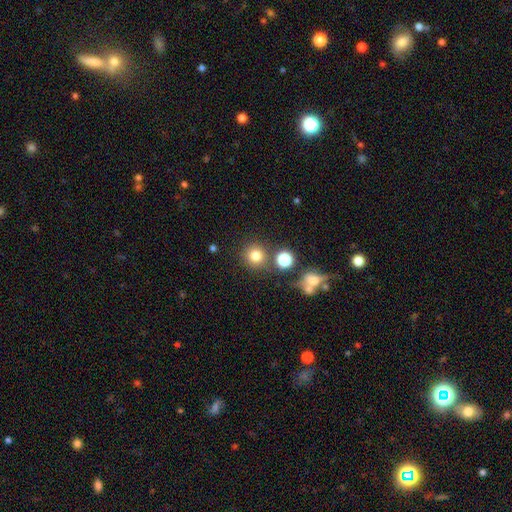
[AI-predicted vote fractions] smooth_or_featured: smooth (p=0.78) [alt: star or artifact p=0.15]
how_rounded: round (p=0.92) [alt: in between p=0.07]
merging: none (p=0.79) [alt: merger p=0.09]